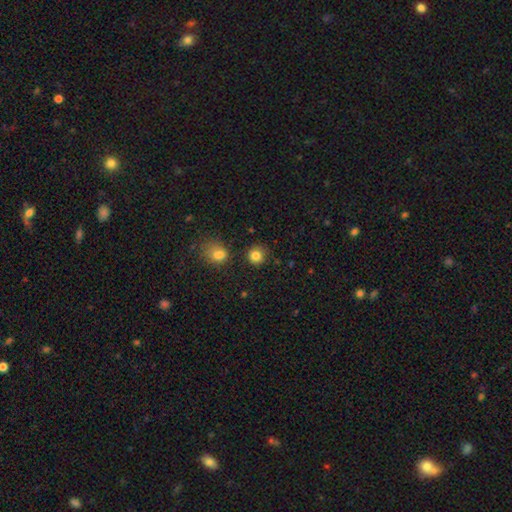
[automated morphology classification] This appears to be a smooth galaxy with no disk features (84%) that is round (91%). Merging: none (84%).